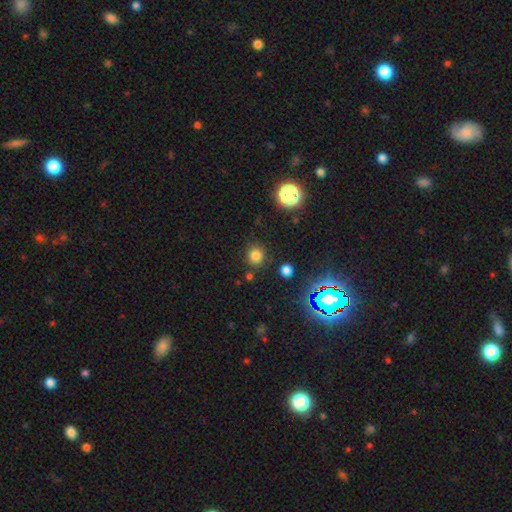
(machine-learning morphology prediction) The model was most divided on "smooth or featured": smooth: 77%, star or artifact: 18%, featured or disk: 5%. More confident: how rounded — round (90%); merging — none (86%).